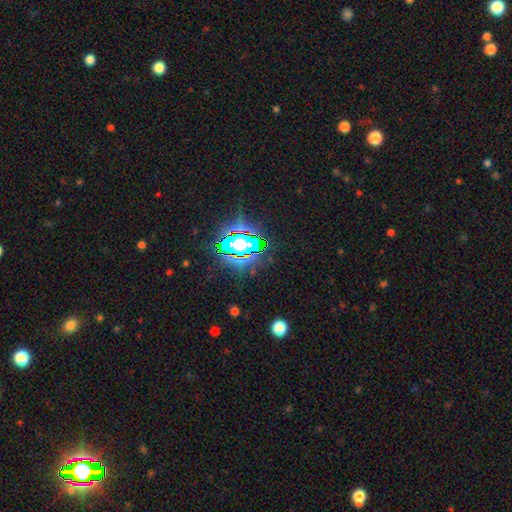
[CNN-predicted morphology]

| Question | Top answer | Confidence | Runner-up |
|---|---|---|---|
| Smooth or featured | star or artifact | 83% | smooth (9%) |